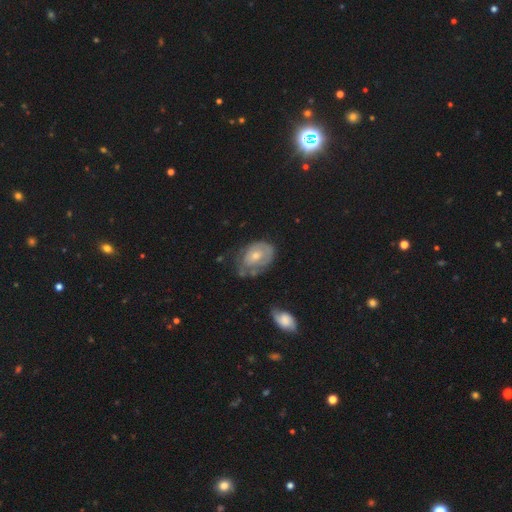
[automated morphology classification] smooth_or_featured: featured or disk (p=0.53) [alt: smooth p=0.40]
disk_edge_on: no (p=0.95) [alt: yes p=0.05]
bar: no (p=0.80) [alt: weak p=0.17]
has_spiral_arms: yes (p=0.54) [alt: no p=0.46]
bulge_size: small (p=0.49) [alt: moderate p=0.46]
merging: none (p=0.45) [alt: minor disturbance p=0.34]